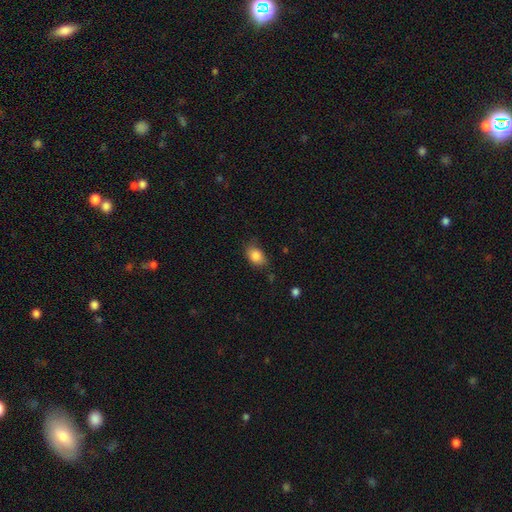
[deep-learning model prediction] Overall: smooth (85%). How rounded: in between (83%). Merging: none (69%).